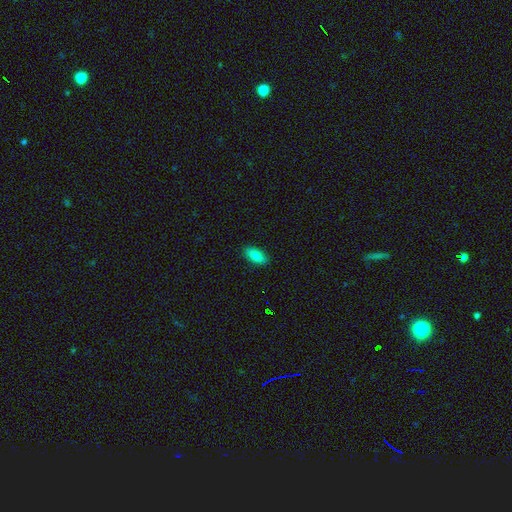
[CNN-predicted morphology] smooth 81%, featured or disk 12%, star or artifact 8%. Down the decision tree: how rounded — in between (86%); merging — none (89%).